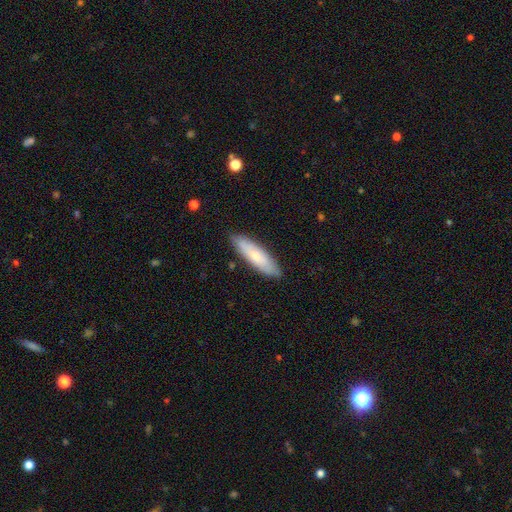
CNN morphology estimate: Smooth or featured?
  - smooth: 68% *
  - featured or disk: 27%
  - star or artifact: 6%
How rounded?
  - cigar-shaped: 64% *
  - in between: 34%
  - round: 2%
Merging?
  - none: 86% *
  - minor disturbance: 11%
  - major disturbance: 2%
  - merger: 1%